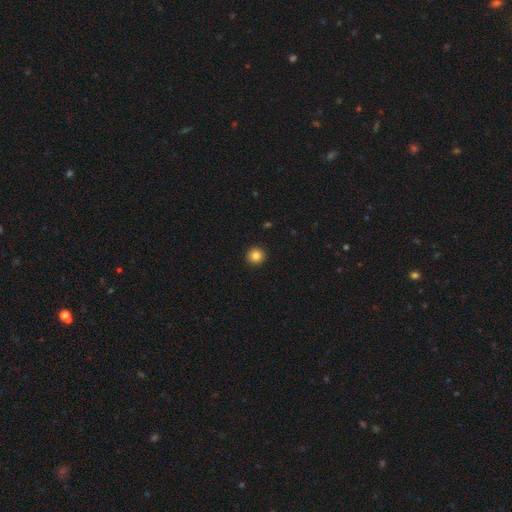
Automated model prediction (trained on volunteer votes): This appears to be a smooth galaxy with no disk features (85%) that is round (95%). Merging: none (94%).